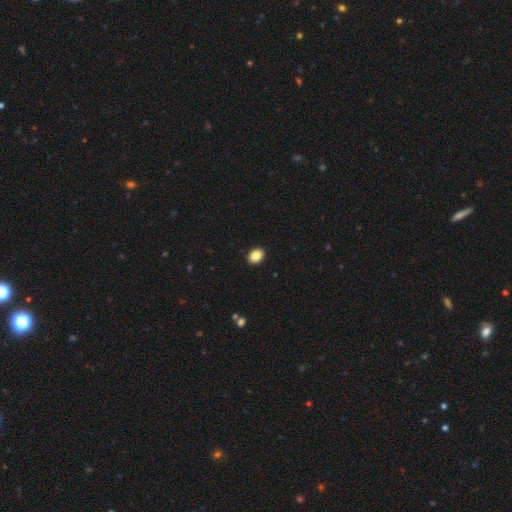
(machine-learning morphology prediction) The model was most divided on "how rounded": in between: 64%, round: 35%, cigar-shaped: 1%. More confident: merging — none (92%); smooth or featured — smooth (86%).